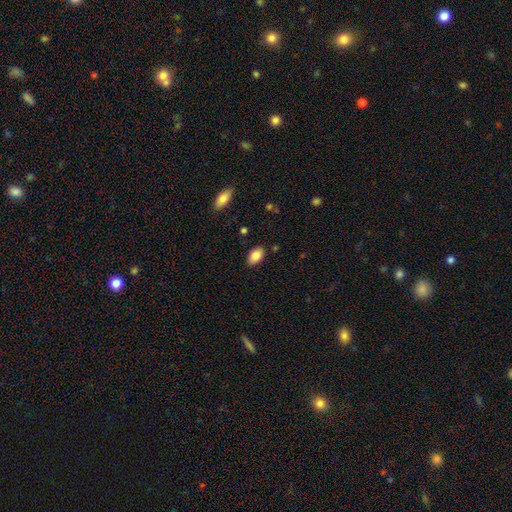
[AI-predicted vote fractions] Smooth or featured? Predicted: smooth (p=0.85). How rounded? Predicted: in between (p=0.92). Merging? Predicted: none (p=0.86).